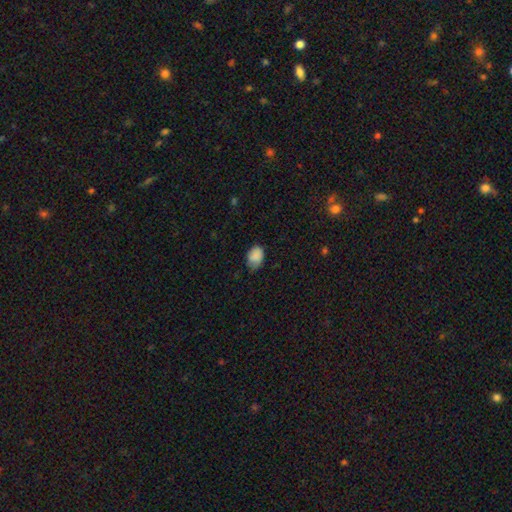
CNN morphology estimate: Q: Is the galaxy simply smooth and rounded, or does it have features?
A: smooth — 86%.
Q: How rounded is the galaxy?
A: in between — 77%.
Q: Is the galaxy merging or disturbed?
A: none — 58%.